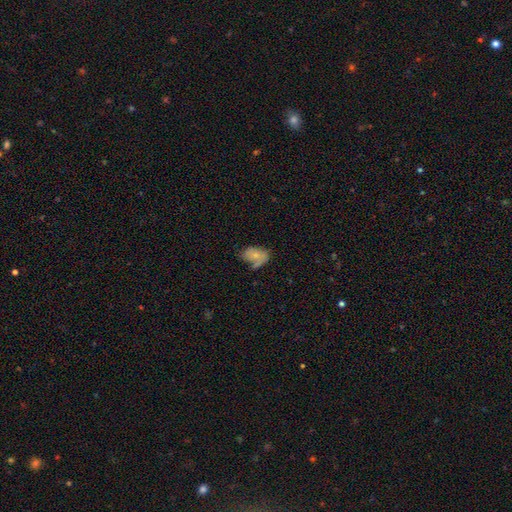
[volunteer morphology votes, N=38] Smooth or featured?
  - featured or disk: 61% *
  - smooth: 37%
  - star or artifact: 3%
Edge-on disk?
  - no: 96% *
  - yes: 4%
Bar?
  - no: 91% *
  - weak: 9%
  - strong: 0%
Spiral arms?
  - yes: 91% *
  - no: 9%
Spiral winding?
  - tight: 40% * (tied)
  - medium: 40% * (tied)
  - loose: 20%
Spiral arm count?
  - 1: 50% *
  - can't tell: 30%
  - 2: 20%
  - 3: 0%
  - 4: 0%
  - more than 4: 0%
Bulge size?
  - small: 55% *
  - moderate: 32%
  - none: 9%
  - large: 5%
  - dominant: 0%
Merging?
  - none: 54% *
  - minor disturbance: 24%
  - major disturbance: 22%
  - merger: 0%